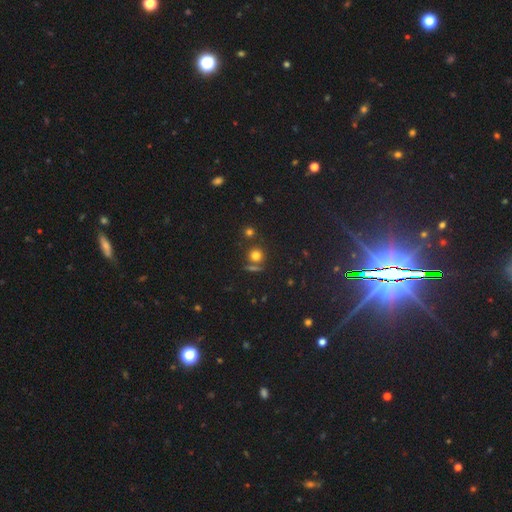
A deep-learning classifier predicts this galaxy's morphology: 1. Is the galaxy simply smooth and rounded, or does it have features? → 73% smooth, 19% star or artifact, 8% featured or disk.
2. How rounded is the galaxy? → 90% round, 8% in between, 1% cigar-shaped.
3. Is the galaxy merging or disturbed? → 73% none, 15% merger, 9% minor disturbance, 4% major disturbance.